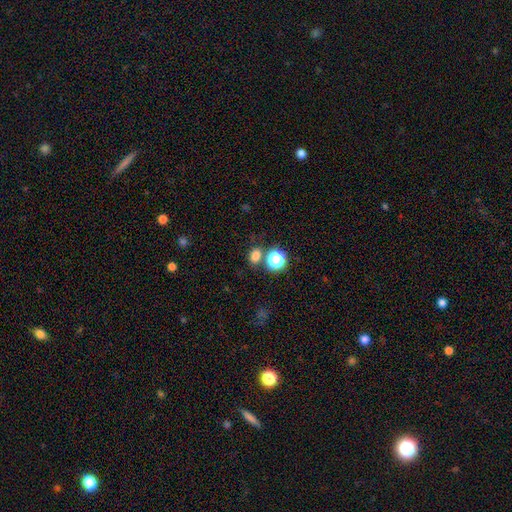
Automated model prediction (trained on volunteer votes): smooth_or_featured: smooth (p=0.76) [alt: star or artifact p=0.19]
how_rounded: round (p=0.50) [alt: in between p=0.49]
merging: none (p=0.71) [alt: merger p=0.15]